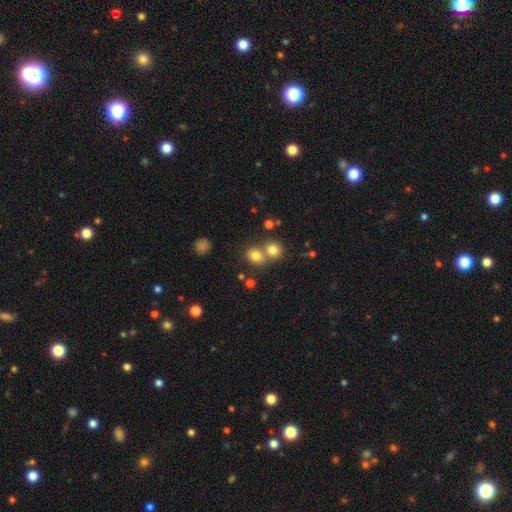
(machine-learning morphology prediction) This appears to be a smooth galaxy with no disk features (79%) that is round (59%). Merging: none (47%).